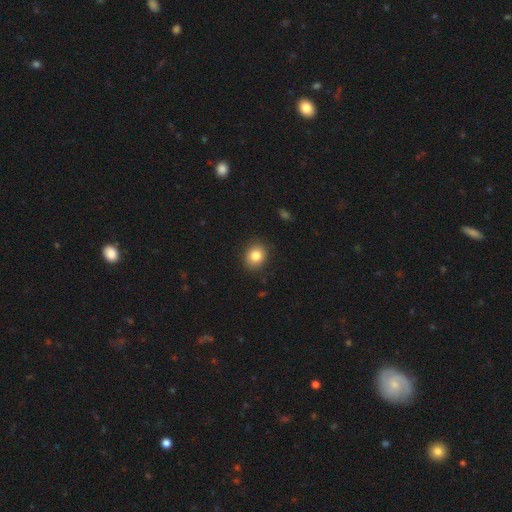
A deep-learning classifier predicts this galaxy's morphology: A smooth galaxy with no disk features (83%) that is round (64%).

Vote fractions:
- Smooth or featured? smooth: 83% / star or artifact: 10% / featured or disk: 7%
- How rounded? round: 64% / in between: 35% / cigar-shaped: 1%
- Merging? none: 88% / minor disturbance: 8% / major disturbance: 2% / merger: 1%